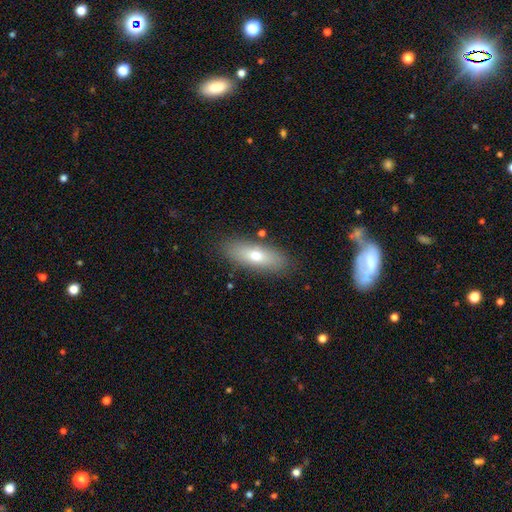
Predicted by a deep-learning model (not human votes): Smooth or featured? smooth (66%)
How rounded? in between (62%)
Merging? none (84%)